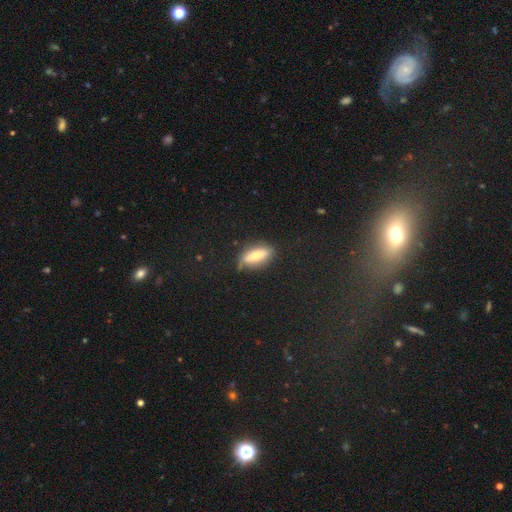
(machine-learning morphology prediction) smooth-or-featured: smooth: 55% | featured or disk: 36% | star or artifact: 9%
  how-rounded: in between: 54% | cigar-shaped: 43% | round: 3%
  merging: none: 76% | minor disturbance: 17% | major disturbance: 5% | merger: 2%